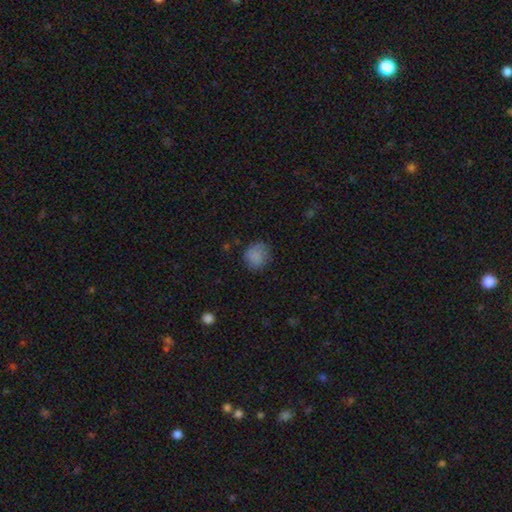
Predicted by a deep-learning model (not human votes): Smooth or featured? Predicted: smooth (p=0.82). How rounded? Predicted: round (p=0.80). Merging? Predicted: none (p=0.76).